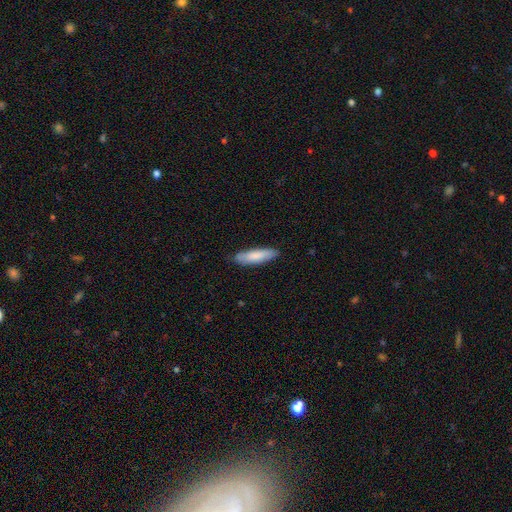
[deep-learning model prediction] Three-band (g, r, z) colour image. It shows a smooth galaxy with no disk features (82%) that is cigar-shaped (66%). Merging: none (85%).